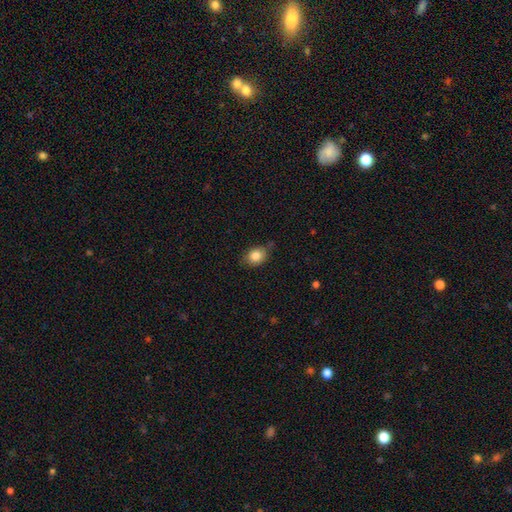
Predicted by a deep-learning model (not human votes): smooth_or_featured: smooth (p=0.84) [alt: star or artifact p=0.08]
how_rounded: in between (p=0.55) [alt: round p=0.44]
merging: none (p=0.70) [alt: minor disturbance p=0.22]